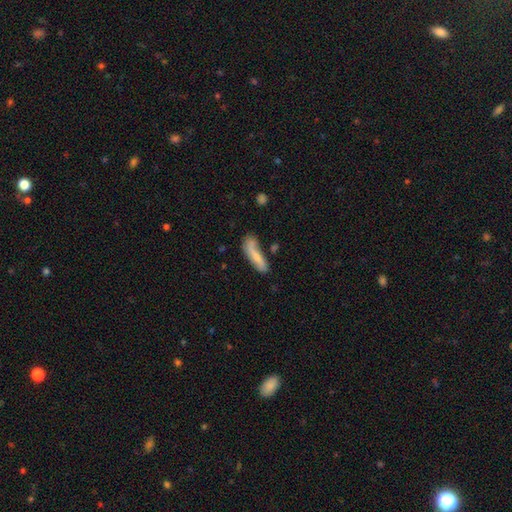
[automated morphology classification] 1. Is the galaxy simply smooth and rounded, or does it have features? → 66% smooth, 28% featured or disk, 7% star or artifact.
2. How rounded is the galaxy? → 68% cigar-shaped, 30% in between, 2% round.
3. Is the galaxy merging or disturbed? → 55% none, 26% minor disturbance, 10% major disturbance, 9% merger.